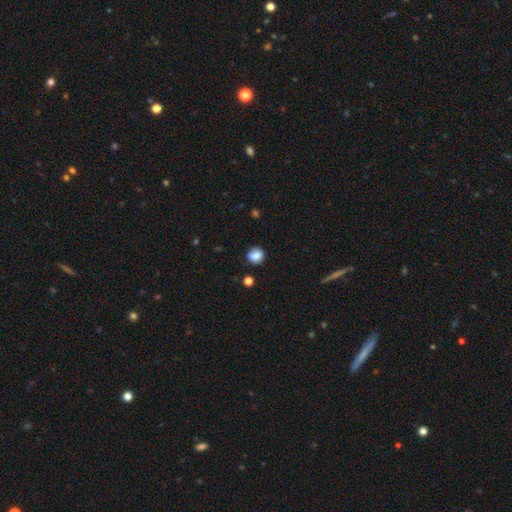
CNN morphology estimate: This appears to be a smooth galaxy with no disk features (81%) that is round (73%). Merging: none (76%).